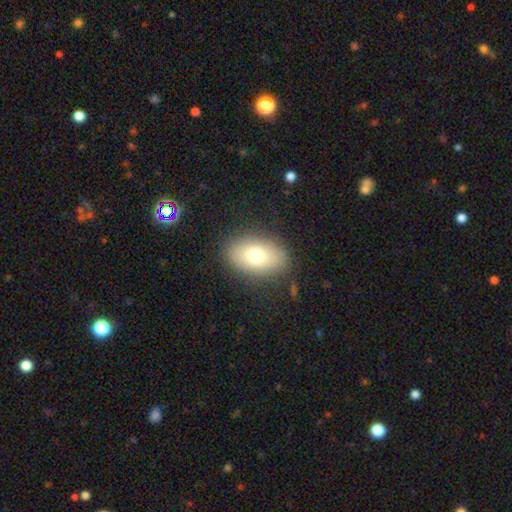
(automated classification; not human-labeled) Smooth or featured? Predicted: smooth (p=0.73). How rounded? Predicted: in between (p=0.87). Merging? Predicted: none (p=0.85).